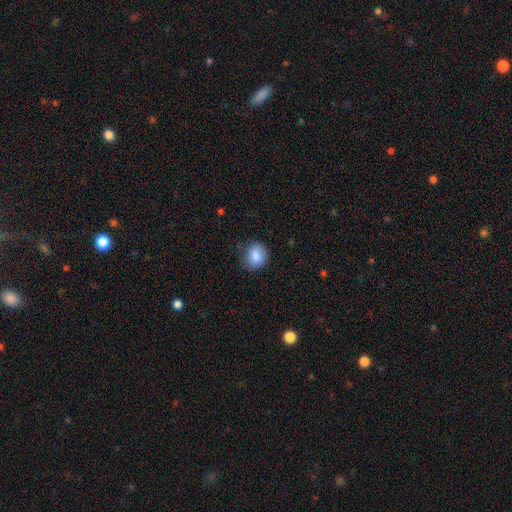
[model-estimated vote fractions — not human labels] This appears to be a smooth galaxy with no disk features (85%) that is round (64%). Merging: none (76%).